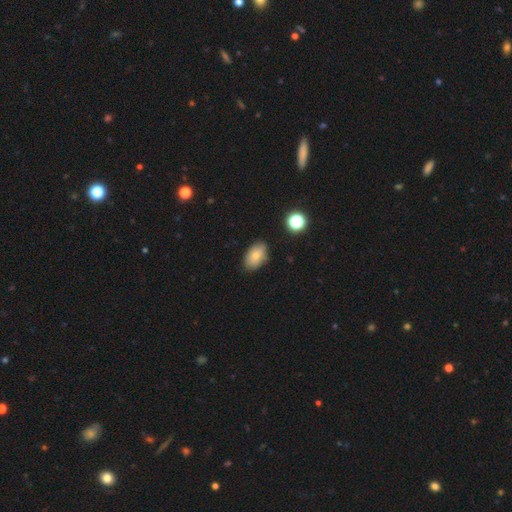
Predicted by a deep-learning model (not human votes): Smooth or featured? smooth (77%)
How rounded? in between (88%)
Merging? none (82%)